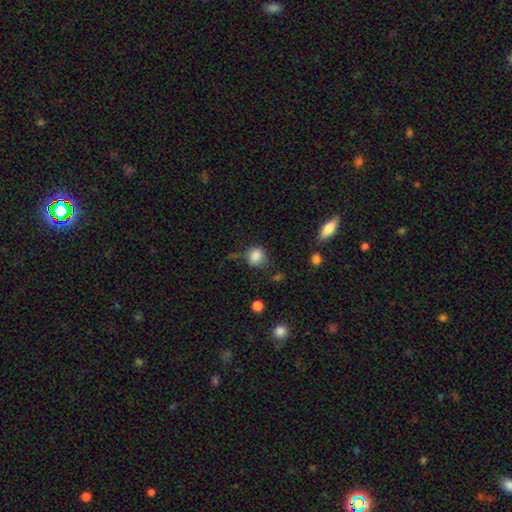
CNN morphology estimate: This is clearly a smooth galaxy (84%). How rounded: likely round (79%). Merging: likely none (63%).